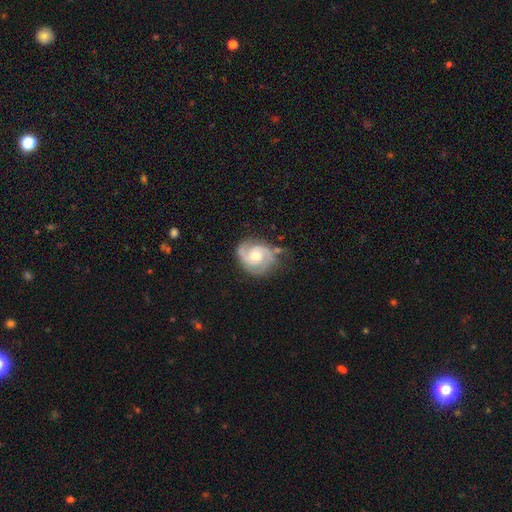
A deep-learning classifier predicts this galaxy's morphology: smooth_or_featured: featured or disk (p=0.89) [alt: smooth p=0.07]
disk_edge_on: no (p=0.98) [alt: yes p=0.02]
bar: no (p=0.66) [alt: weak p=0.29]
has_spiral_arms: yes (p=0.98) [alt: no p=0.02]
spiral_winding: tight (p=0.49) [alt: medium p=0.43]
spiral_arm_count: 2 (p=0.70) [alt: 3 p=0.18]
bulge_size: moderate (p=0.57) [alt: small p=0.38]
merging: none (p=0.69) [alt: minor disturbance p=0.21]